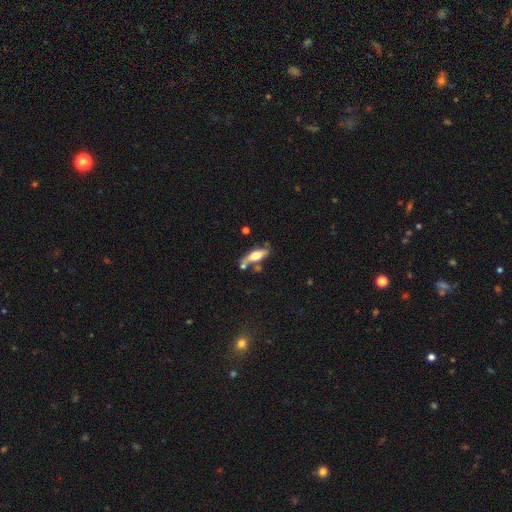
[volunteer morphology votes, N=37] smooth 51%, featured or disk 46%, star or artifact 3%. Down the decision tree: how rounded — cigar-shaped (58%); merging — none (64%).